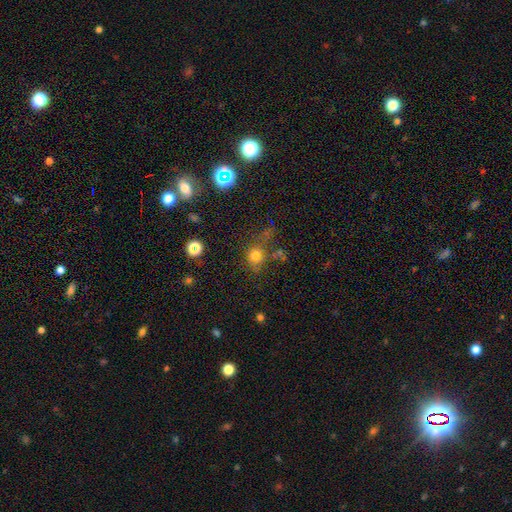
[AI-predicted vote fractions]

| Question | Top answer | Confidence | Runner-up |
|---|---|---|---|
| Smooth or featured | smooth | 73% | star or artifact (19%) |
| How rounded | round | 79% | in between (19%) |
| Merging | none | 57% | minor disturbance (18%) |